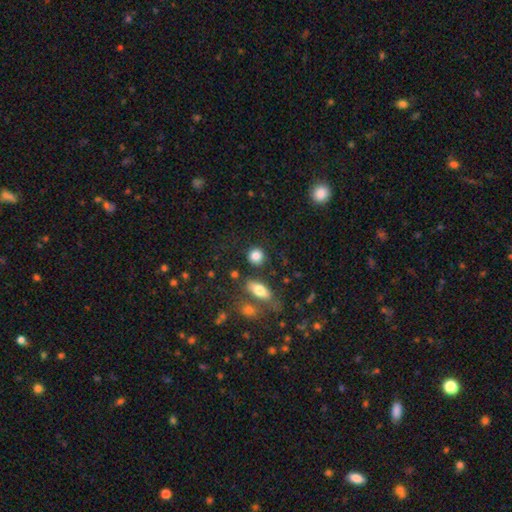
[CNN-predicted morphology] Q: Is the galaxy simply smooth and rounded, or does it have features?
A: smooth — 85%.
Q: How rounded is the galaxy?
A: round — 83%.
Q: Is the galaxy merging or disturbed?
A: none — 78%.